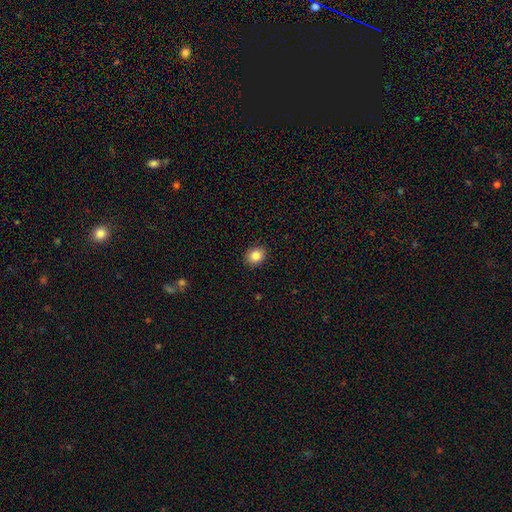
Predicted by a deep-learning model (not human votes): Q: Smooth or featured?
A: smooth (86%); runner-up: star or artifact (9%)
Q: How rounded?
A: round (62%); runner-up: in between (38%)
Q: Merging?
A: none (90%); runner-up: minor disturbance (7%)